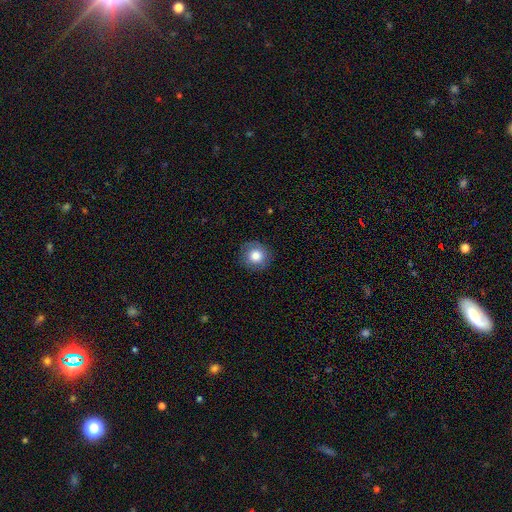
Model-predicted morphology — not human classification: smooth_or_featured: smooth (p=0.81) [alt: featured or disk p=0.10]
how_rounded: round (p=0.92) [alt: in between p=0.07]
merging: none (p=0.88) [alt: minor disturbance p=0.08]